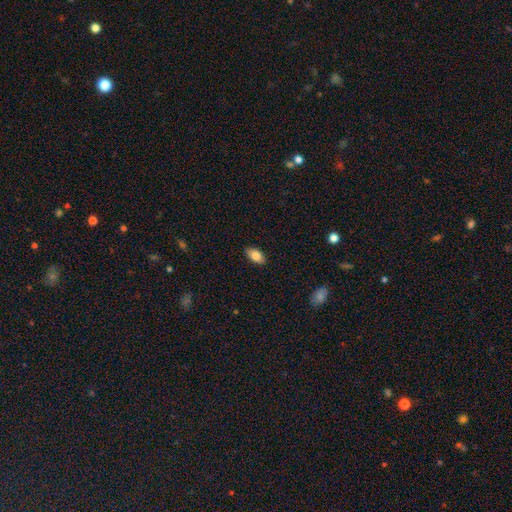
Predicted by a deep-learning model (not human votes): smooth 82%, featured or disk 11%, star or artifact 7%. Down the decision tree: how rounded — in between (92%); merging — none (88%).